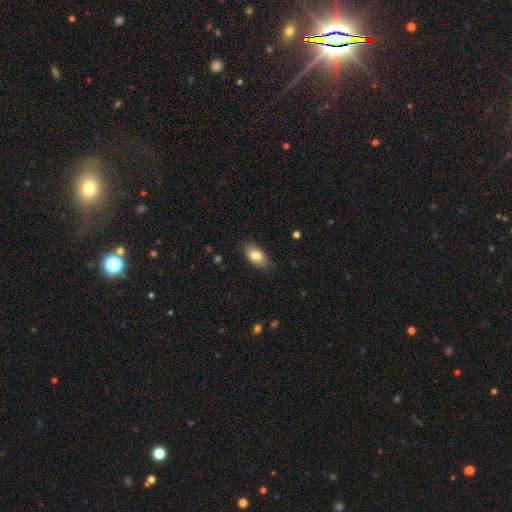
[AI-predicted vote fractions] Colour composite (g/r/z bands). It shows a smooth galaxy with no disk features (81%) that is in between round and cigar-shaped (91%). Merging: none (85%).